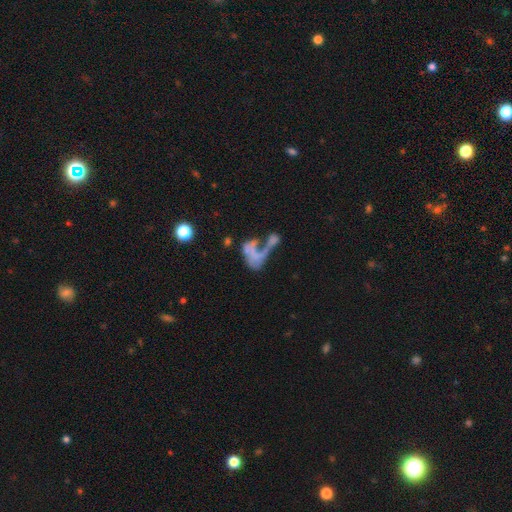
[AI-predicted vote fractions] The model was most divided on "merging": major disturbance: 43%, merger: 31%, none: 16%, minor disturbance: 10%. More confident: edge-on disk — no (97%); bar — no (87%); bulge size — none (80%); spiral arms — no (76%); smooth or featured — featured or disk (57%).